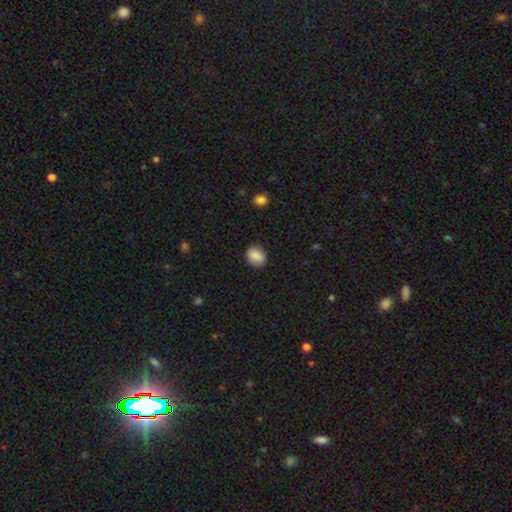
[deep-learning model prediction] This appears to be a smooth galaxy with no disk features (87%) that is in between round and cigar-shaped (54%). Merging: none (86%).